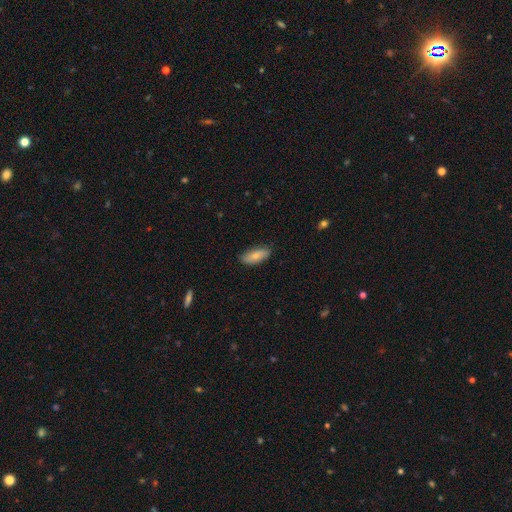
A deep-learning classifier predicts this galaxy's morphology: Smooth or featured: smooth — 78% (featured or disk — 16%)
How rounded: in between — 82% (cigar-shaped — 16%)
Merging: none — 82% (minor disturbance — 15%)